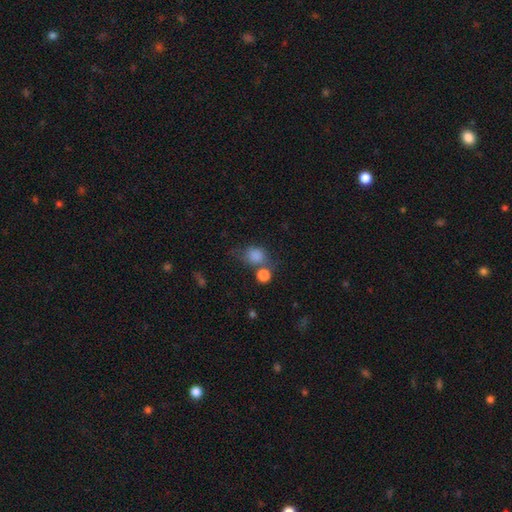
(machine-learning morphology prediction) A smooth galaxy with no disk features (80%) that is round (68%).

Vote fractions:
- Smooth or featured? smooth: 80% / star or artifact: 12% / featured or disk: 7%
- How rounded? round: 68% / in between: 31% / cigar-shaped: 1%
- Merging? none: 49% / merger: 23% / minor disturbance: 19% / major disturbance: 10%